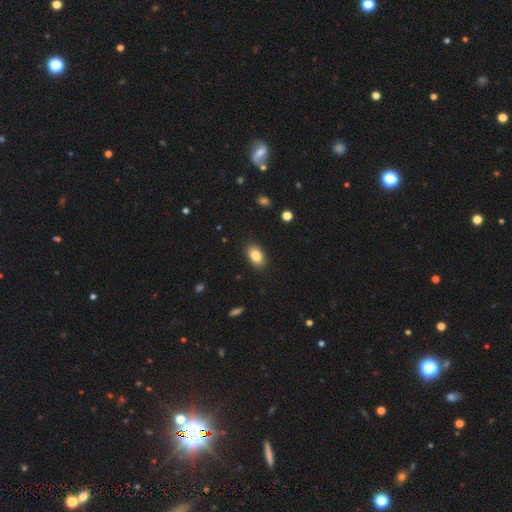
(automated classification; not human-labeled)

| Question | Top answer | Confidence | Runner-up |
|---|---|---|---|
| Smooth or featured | smooth | 85% | star or artifact (8%) |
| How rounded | in between | 89% | round (9%) |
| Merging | none | 89% | minor disturbance (8%) |